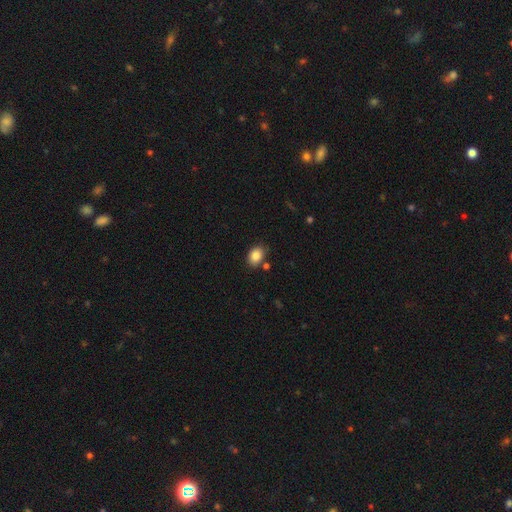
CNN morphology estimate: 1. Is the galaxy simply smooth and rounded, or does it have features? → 86% smooth, 9% star or artifact, 5% featured or disk.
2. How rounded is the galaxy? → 67% in between, 32% round, 1% cigar-shaped.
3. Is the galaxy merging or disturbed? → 77% none, 14% minor disturbance, 7% merger, 3% major disturbance.